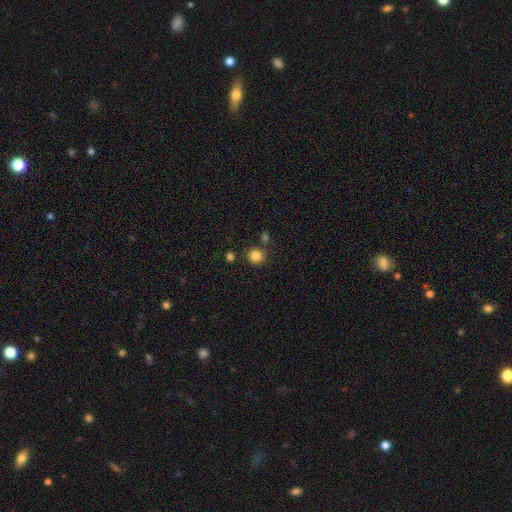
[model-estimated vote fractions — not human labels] A smooth galaxy with no disk features (84%) that is round (90%).

Vote fractions:
- Smooth or featured? smooth: 84% / star or artifact: 12% / featured or disk: 4%
- How rounded? round: 90% / in between: 9% / cigar-shaped: 1%
- Merging? none: 81% / minor disturbance: 8% / merger: 8% / major disturbance: 3%